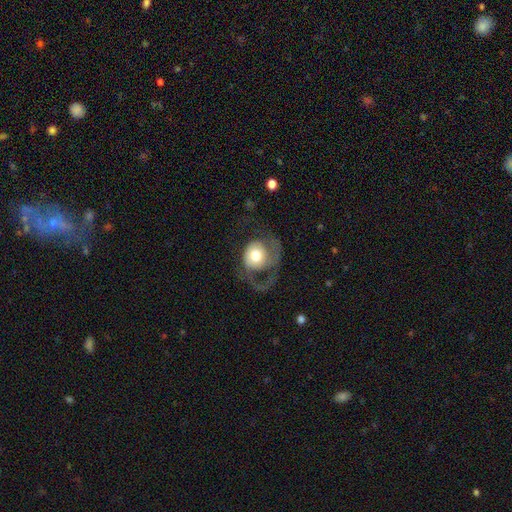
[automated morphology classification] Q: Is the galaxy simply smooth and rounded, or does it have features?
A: featured or disk — 50%.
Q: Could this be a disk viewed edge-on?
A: no — 97%.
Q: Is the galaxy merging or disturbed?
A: major disturbance — 52%.